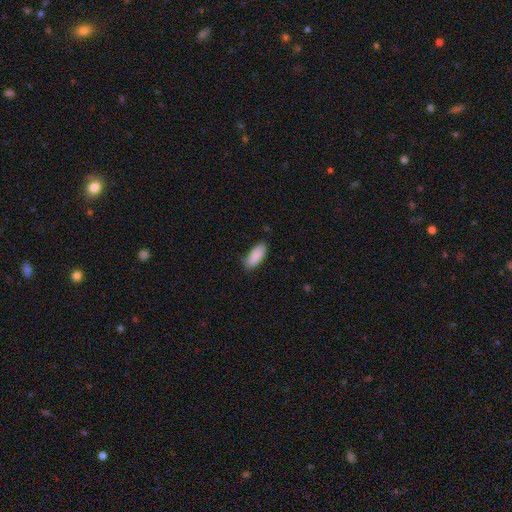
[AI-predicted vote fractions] smooth 90%, star or artifact 6%, featured or disk 4%. Down the decision tree: how rounded — in between (84%); merging — none (78%).